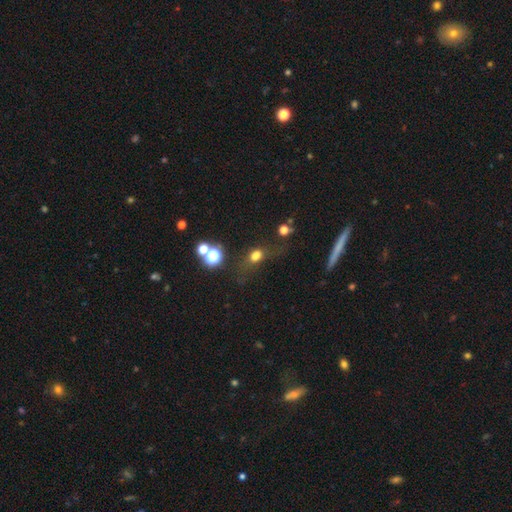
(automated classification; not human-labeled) A smooth galaxy with no disk features (68%) that is in between round and cigar-shaped (52%).

Vote fractions:
- Smooth or featured? smooth: 68% / star or artifact: 19% / featured or disk: 14%
- How rounded? in between: 52% / round: 42% / cigar-shaped: 6%
- Merging? none: 44% / major disturbance: 26% / minor disturbance: 19% / merger: 10%